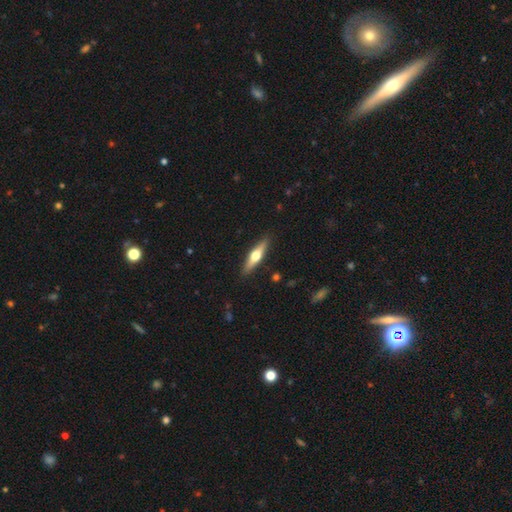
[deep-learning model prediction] Q: Smooth or featured?
A: featured or disk (57%); runner-up: smooth (37%)
Q: Edge-on disk?
A: yes (94%); runner-up: no (6%)
Q: Edge-on bulge?
A: rounded (95%); runner-up: boxy (3%)
Q: Merging?
A: none (90%); runner-up: minor disturbance (8%)